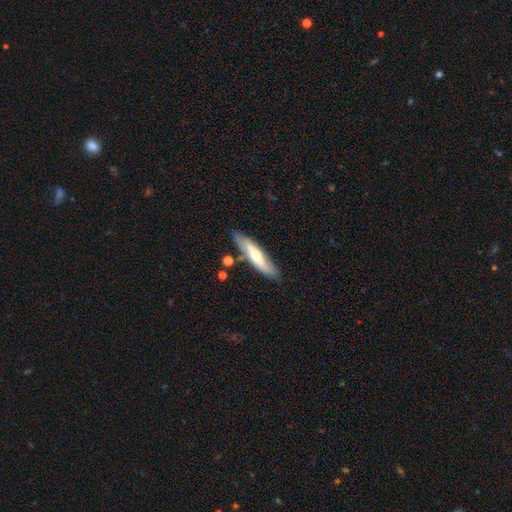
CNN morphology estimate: Smooth or featured: smooth — 48% (featured or disk — 46%)
Merging: none — 76% (minor disturbance — 16%)